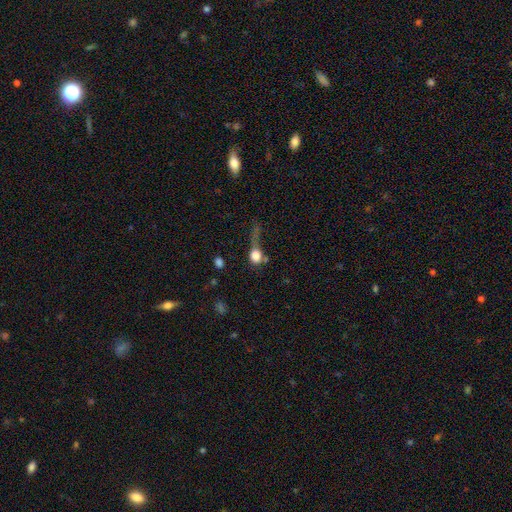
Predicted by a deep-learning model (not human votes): Morphology: type=smooth (73%); roundness=round (64%); merging=major disturbance (44%).